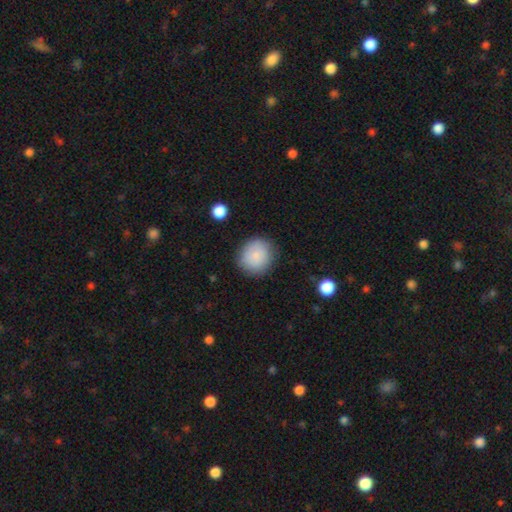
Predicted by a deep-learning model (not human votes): Q: Smooth or featured?
A: smooth (85%); runner-up: star or artifact (8%)
Q: How rounded?
A: round (85%); runner-up: in between (14%)
Q: Merging?
A: none (84%); runner-up: minor disturbance (11%)